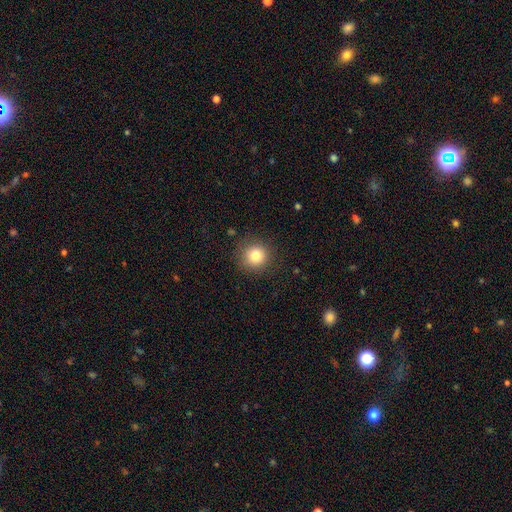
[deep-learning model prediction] smooth_or_featured: smooth (p=0.80) [alt: star or artifact p=0.12]
how_rounded: round (p=0.92) [alt: in between p=0.07]
merging: none (p=0.87) [alt: minor disturbance p=0.09]